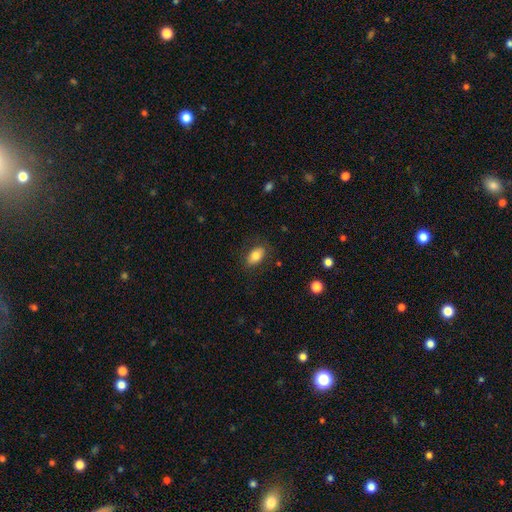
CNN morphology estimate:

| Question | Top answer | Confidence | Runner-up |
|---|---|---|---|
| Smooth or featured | smooth | 80% | featured or disk (12%) |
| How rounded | in between | 89% | round (9%) |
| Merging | none | 83% | minor disturbance (12%) |